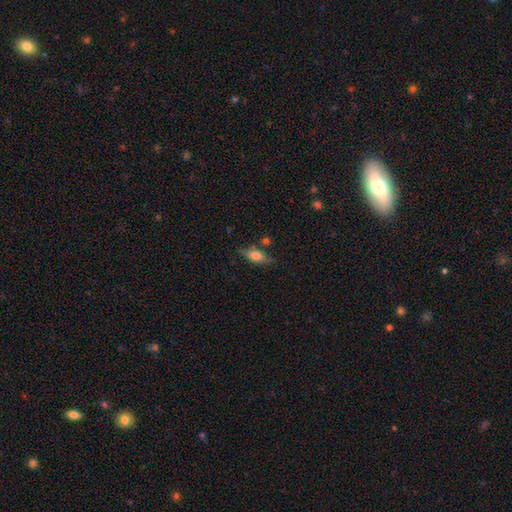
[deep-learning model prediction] smooth_or_featured: smooth (p=0.47) [alt: featured or disk p=0.44]
merging: none (p=0.72) [alt: minor disturbance p=0.17]